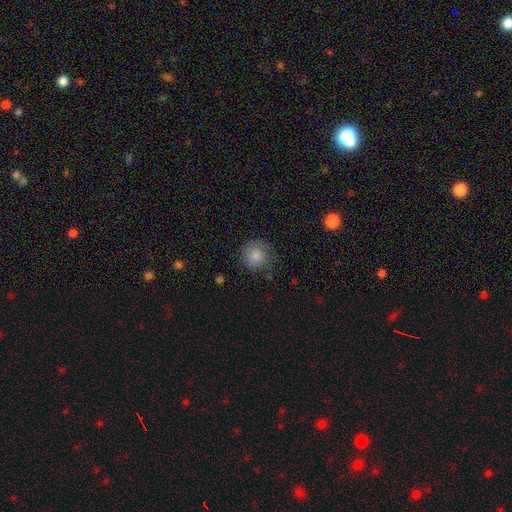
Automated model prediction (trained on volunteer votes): The model was most divided on "merging": none: 77%, minor disturbance: 17%, major disturbance: 5%, merger: 1%. More confident: how rounded — round (93%); smooth or featured — smooth (84%).